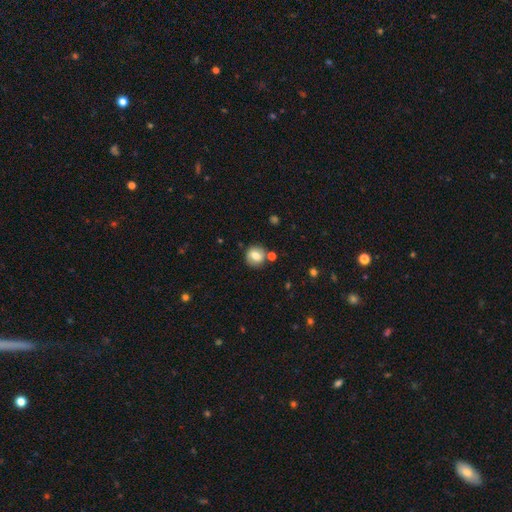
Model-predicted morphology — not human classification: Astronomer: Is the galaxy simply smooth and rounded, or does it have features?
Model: smooth — 74%.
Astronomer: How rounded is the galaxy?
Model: round — 86%.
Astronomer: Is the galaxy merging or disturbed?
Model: none — 79%.